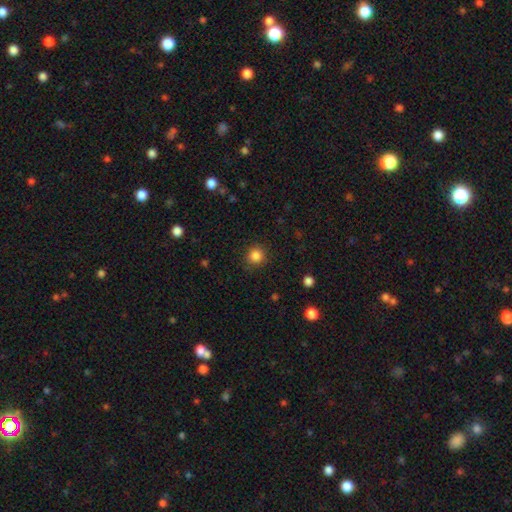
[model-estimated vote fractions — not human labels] Smooth or featured: smooth — 85% (star or artifact — 11%)
How rounded: round — 92% (in between — 7%)
Merging: none — 88% (minor disturbance — 8%)